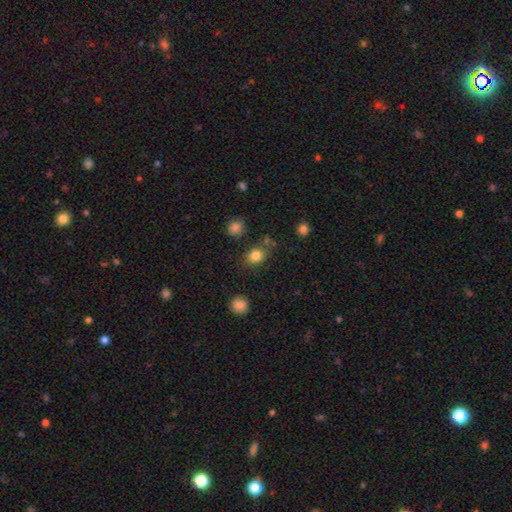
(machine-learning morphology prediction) Smooth or featured? smooth (83%)
How rounded? round (58%)
Merging? none (75%)